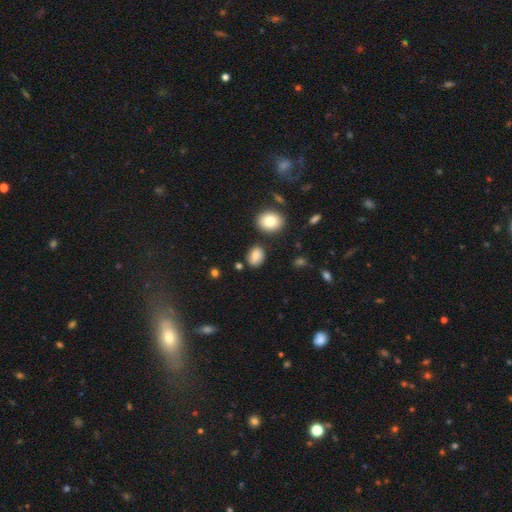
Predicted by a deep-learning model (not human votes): Smooth or featured? smooth (80%)
How rounded? in between (55%)
Merging? none (80%)